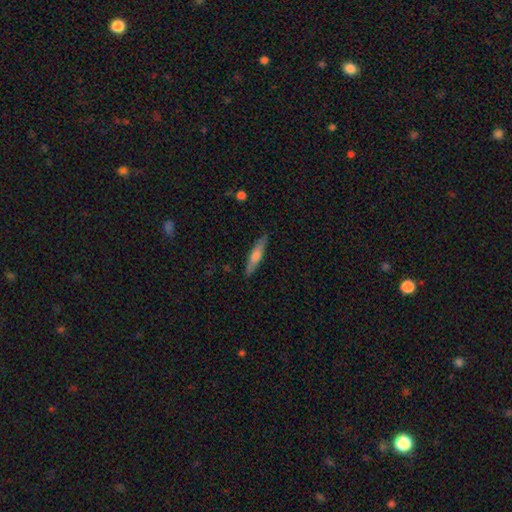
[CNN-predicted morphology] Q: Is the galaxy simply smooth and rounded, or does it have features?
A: smooth — 48%.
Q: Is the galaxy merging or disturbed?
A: none — 88%.